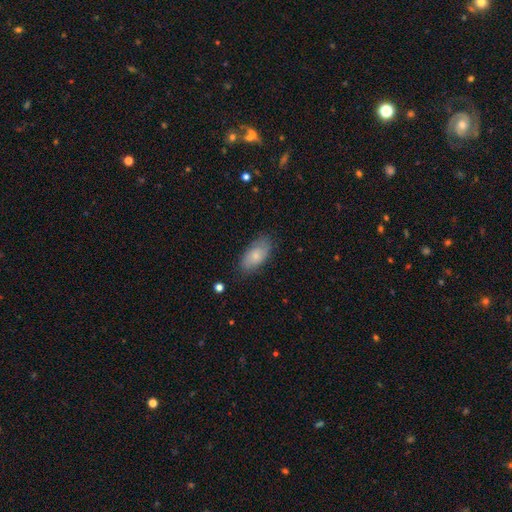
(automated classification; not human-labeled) Overall: smooth (71%). How rounded: in between (91%). Merging: none (74%).